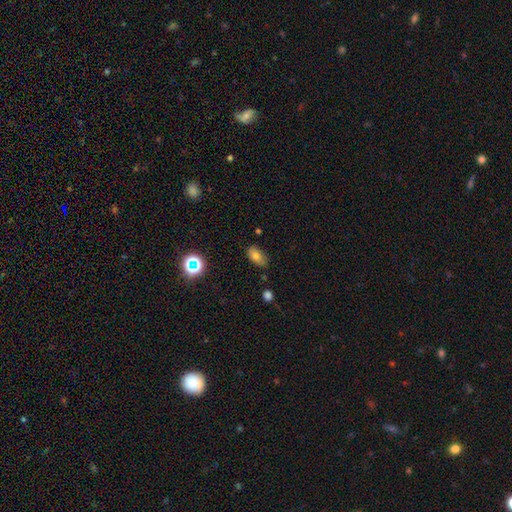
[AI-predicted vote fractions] This is likely a smooth galaxy (74%). How rounded: clearly in between (89%). Merging: likely none (75%).